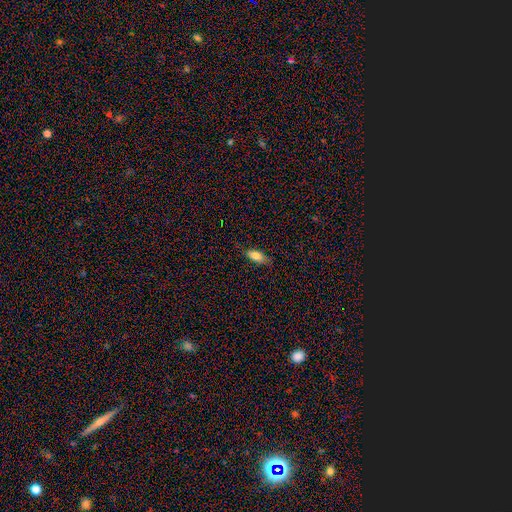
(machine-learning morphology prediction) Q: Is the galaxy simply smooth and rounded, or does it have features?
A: smooth — 82%.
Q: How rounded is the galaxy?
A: in between — 81%.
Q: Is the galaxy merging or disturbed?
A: none — 78%.